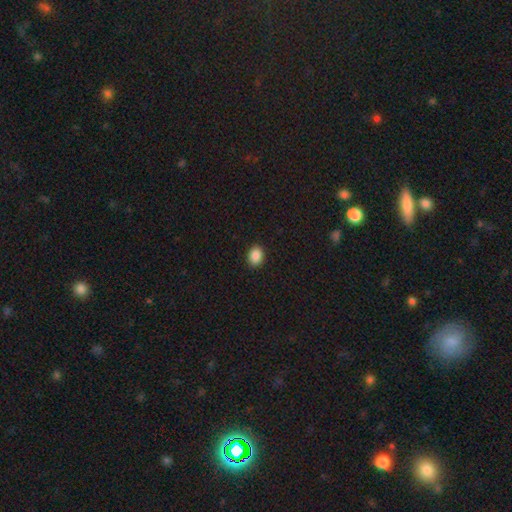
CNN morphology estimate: A smooth galaxy with no disk features (88%) that is in between round and cigar-shaped (59%). Merging: none (91%).